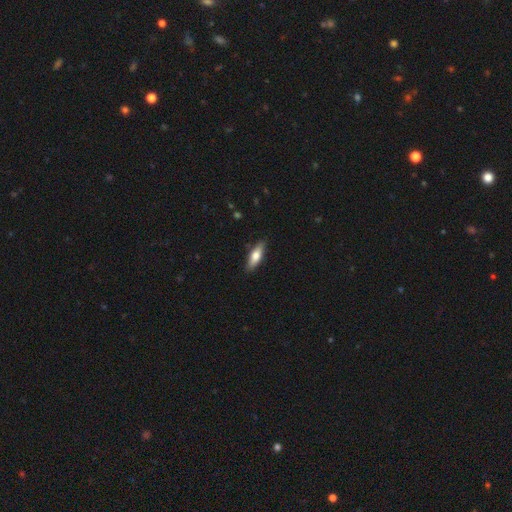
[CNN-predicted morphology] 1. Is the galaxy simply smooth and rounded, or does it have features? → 64% smooth, 30% featured or disk, 6% star or artifact.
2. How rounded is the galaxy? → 52% in between, 45% cigar-shaped, 2% round.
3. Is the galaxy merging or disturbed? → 87% none, 10% minor disturbance, 2% major disturbance, 1% merger.